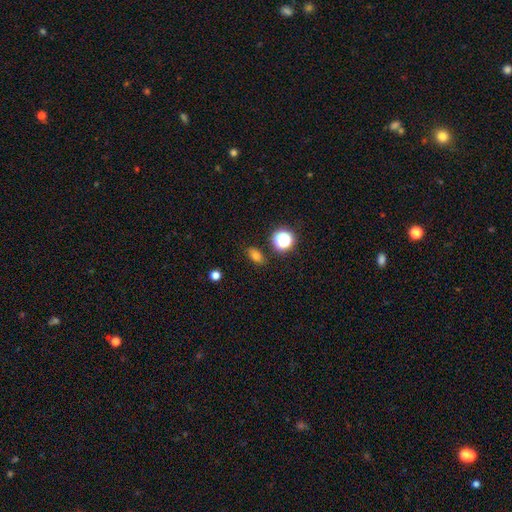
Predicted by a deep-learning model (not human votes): Overall: smooth (73%). How rounded: in between (75%). Merging: none (83%).